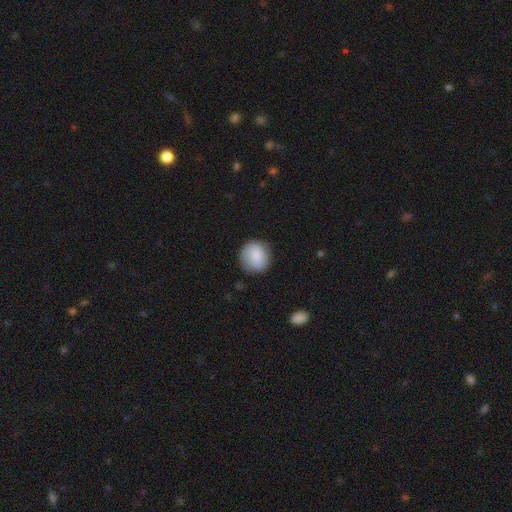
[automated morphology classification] Q: Smooth or featured?
A: smooth (82%); runner-up: featured or disk (12%)
Q: How rounded?
A: round (88%); runner-up: in between (11%)
Q: Merging?
A: none (82%); runner-up: minor disturbance (14%)